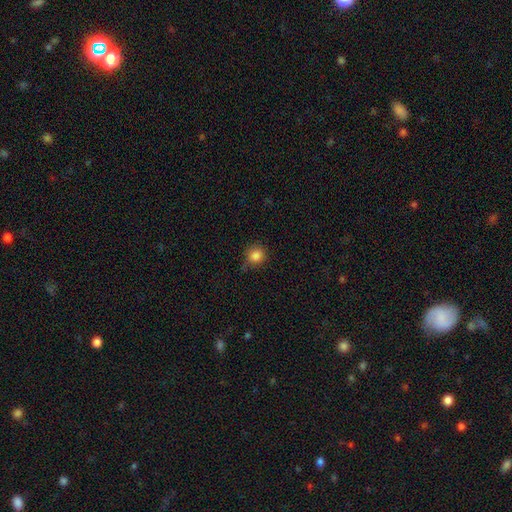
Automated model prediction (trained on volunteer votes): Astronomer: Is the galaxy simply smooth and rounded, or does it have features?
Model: smooth — 85%.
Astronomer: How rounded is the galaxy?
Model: round — 90%.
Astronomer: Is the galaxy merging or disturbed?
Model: none — 77%.